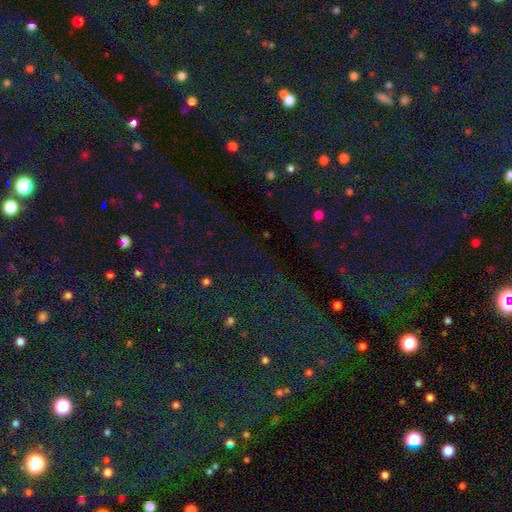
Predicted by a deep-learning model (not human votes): smooth_or_featured: star or artifact (p=0.72) [alt: smooth p=0.20]